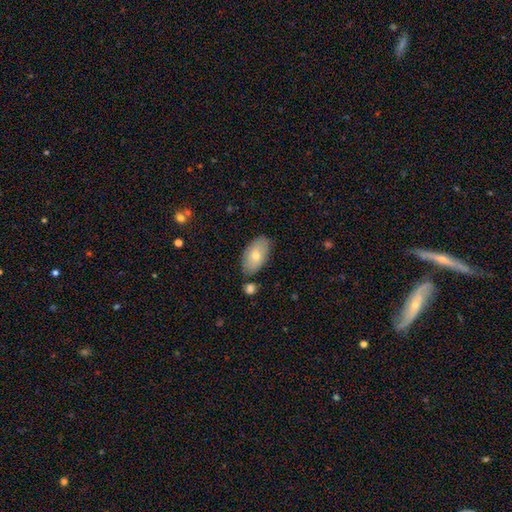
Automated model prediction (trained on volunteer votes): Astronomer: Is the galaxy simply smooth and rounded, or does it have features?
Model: smooth — 68%.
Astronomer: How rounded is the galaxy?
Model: in between — 94%.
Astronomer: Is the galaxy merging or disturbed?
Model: none — 79%.